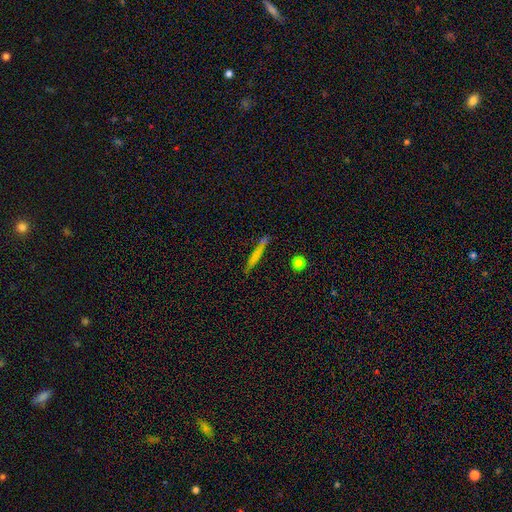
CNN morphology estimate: Smooth or featured: smooth — 65% (featured or disk — 27%)
How rounded: cigar-shaped — 93% (in between — 5%)
Merging: none — 76% (minor disturbance — 14%)